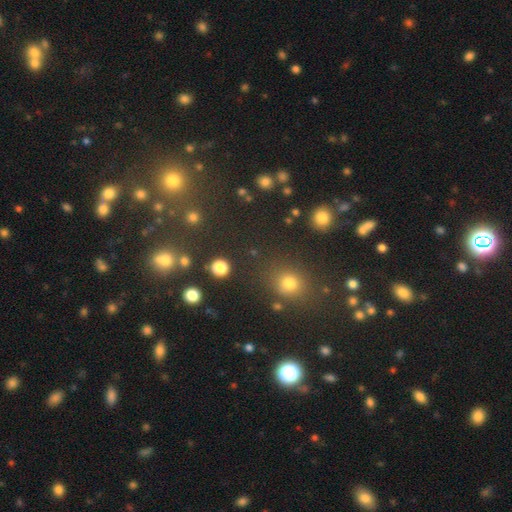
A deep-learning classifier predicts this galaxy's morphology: A smooth galaxy with no disk features (51%) that is round (83%).

Vote fractions:
- Smooth or featured? smooth: 51% / star or artifact: 42% / featured or disk: 7%
- How rounded? round: 83% / in between: 15% / cigar-shaped: 1%
- Merging? none: 85% / minor disturbance: 7% / merger: 5% / major disturbance: 3%